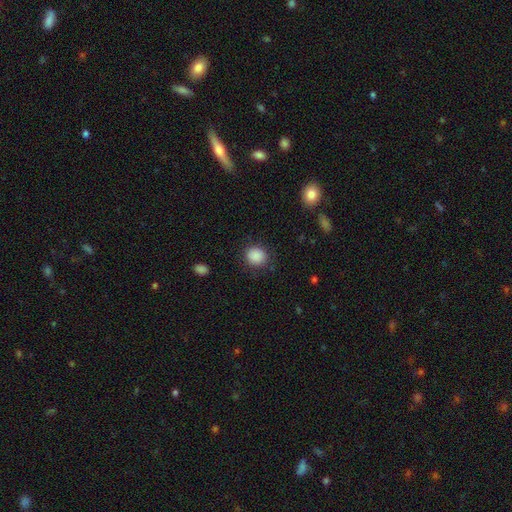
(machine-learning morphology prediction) type=smooth (88%); roundness=round (84%); merging=none (86%).